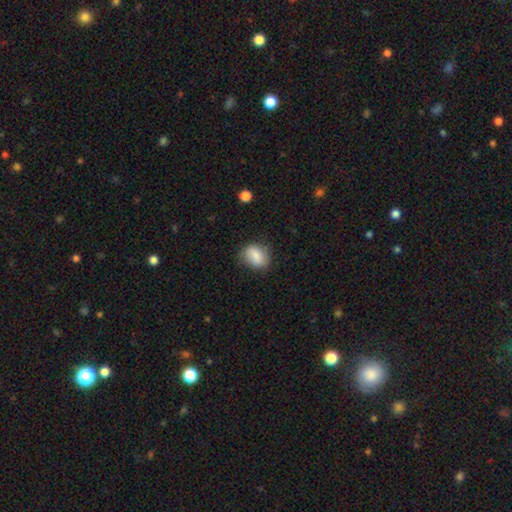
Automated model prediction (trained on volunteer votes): This is clearly a smooth galaxy (81%). How rounded: possibly in between (56%). Merging: likely none (74%).